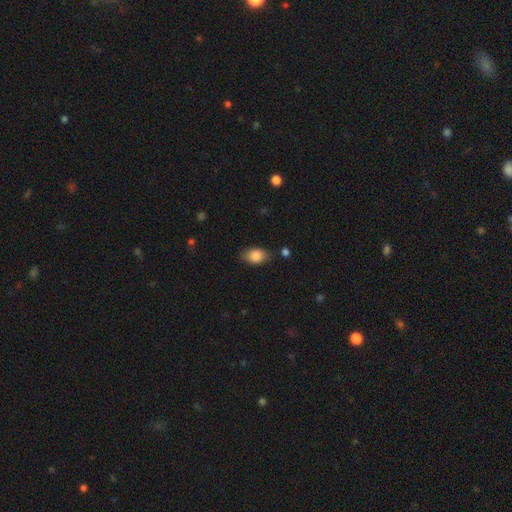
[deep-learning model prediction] A smooth galaxy with no disk features (85%) that is in between round and cigar-shaped (88%). Merging: none (80%).